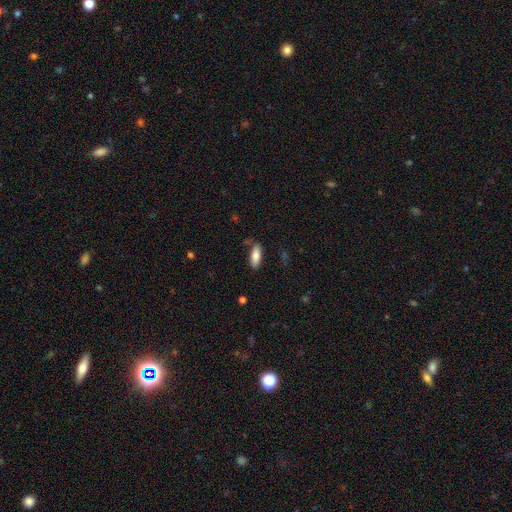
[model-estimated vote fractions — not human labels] Smooth or featured: smooth — 81% (featured or disk — 13%)
How rounded: in between — 72% (cigar-shaped — 26%)
Merging: none — 79% (minor disturbance — 15%)